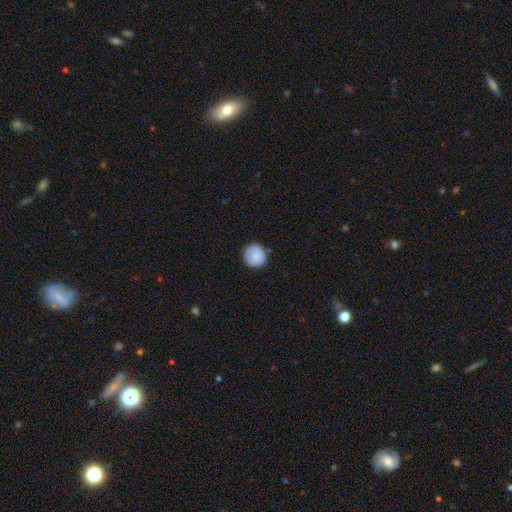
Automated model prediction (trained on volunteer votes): A smooth galaxy with no disk features (87%) that is round (93%).

Vote fractions:
- Smooth or featured? smooth: 87% / star or artifact: 7% / featured or disk: 6%
- How rounded? round: 93% / in between: 6% / cigar-shaped: 1%
- Merging? none: 88% / minor disturbance: 9% / major disturbance: 2% / merger: 1%